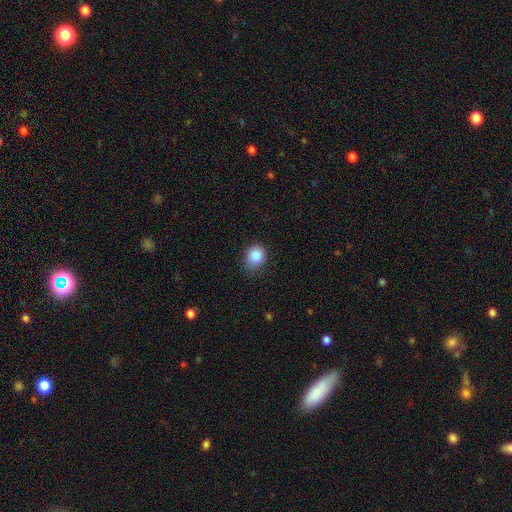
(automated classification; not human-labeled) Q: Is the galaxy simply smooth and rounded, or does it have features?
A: smooth — 86%.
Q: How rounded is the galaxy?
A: round — 59%.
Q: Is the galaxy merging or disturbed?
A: none — 72%.